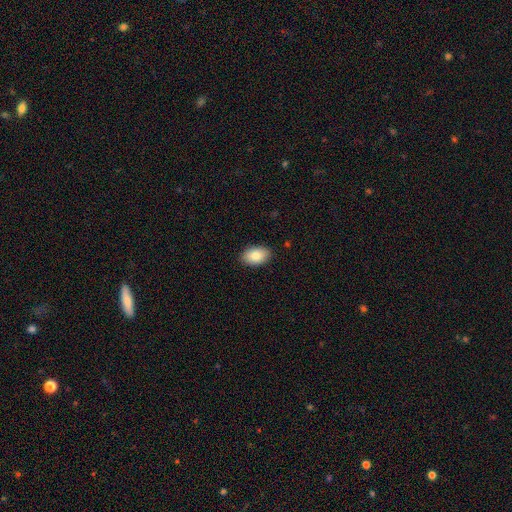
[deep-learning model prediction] This appears to be a smooth galaxy with no disk features (84%) that is in between round and cigar-shaped (90%). Merging: none (88%).